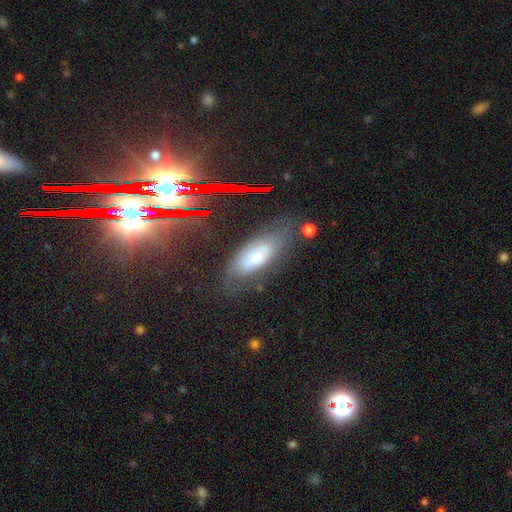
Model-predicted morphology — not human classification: Overall: smooth (42%; featured or disk 36%). Merging: none (70%).